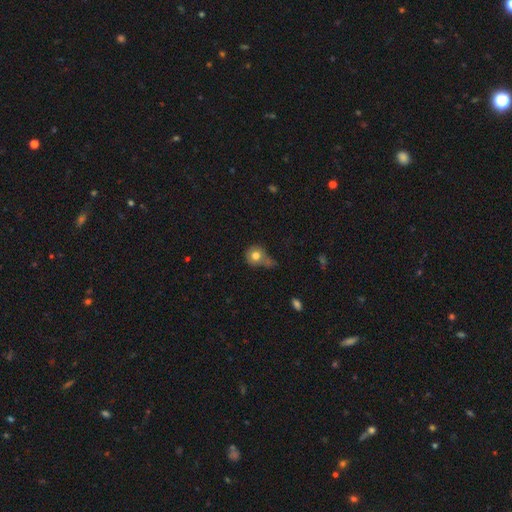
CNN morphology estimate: The model was most divided on "merging": none: 37%, minor disturbance: 25%, merger: 22%, major disturbance: 16%. More confident: how rounded — round (80%); smooth or featured — smooth (77%).